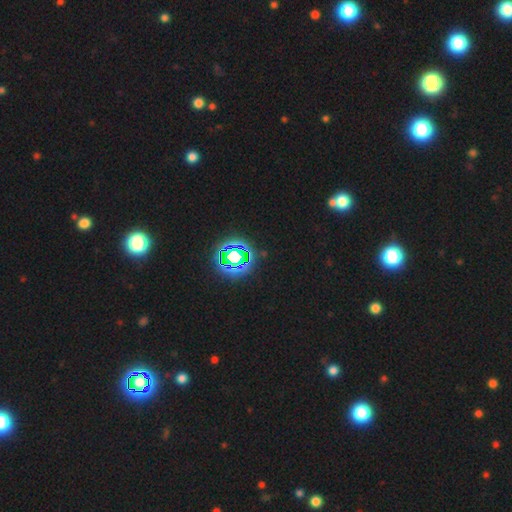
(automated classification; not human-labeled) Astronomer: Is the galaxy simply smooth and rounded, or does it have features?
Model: star or artifact — 79%.